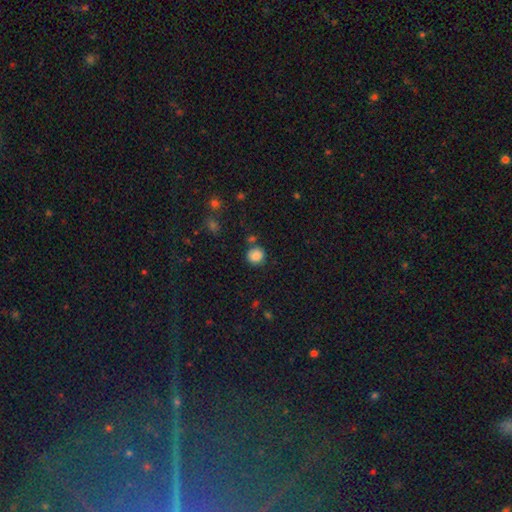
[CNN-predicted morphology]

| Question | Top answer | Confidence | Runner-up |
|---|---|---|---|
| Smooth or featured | smooth | 86% | star or artifact (10%) |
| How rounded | round | 87% | in between (12%) |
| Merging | none | 78% | minor disturbance (11%) |